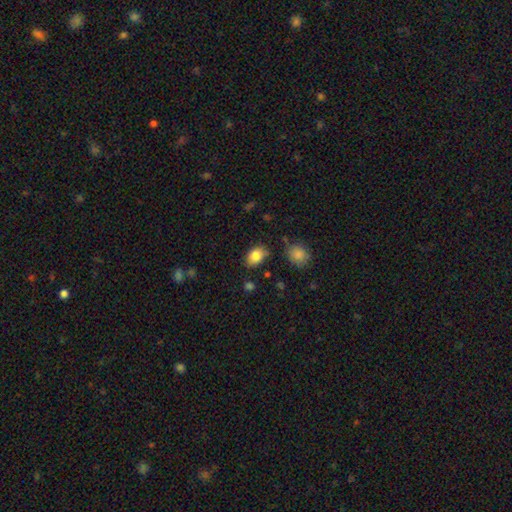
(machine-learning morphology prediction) The model was most divided on "how rounded": in between: 80%, round: 19%, cigar-shaped: 1%. More confident: smooth or featured — smooth (84%); merging — none (79%).